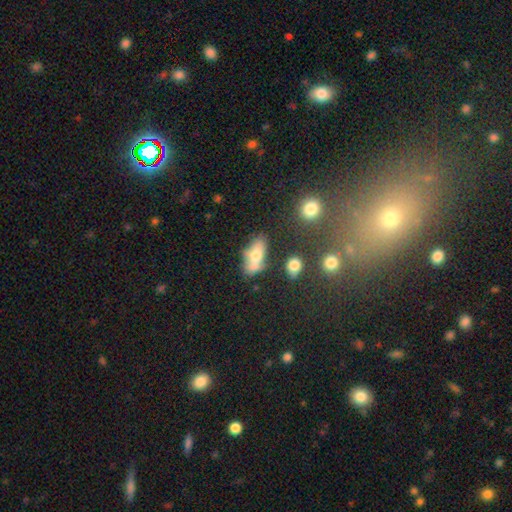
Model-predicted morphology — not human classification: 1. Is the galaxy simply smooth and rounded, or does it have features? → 64% smooth, 25% featured or disk, 11% star or artifact.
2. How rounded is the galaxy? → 79% in between, 15% cigar-shaped, 6% round.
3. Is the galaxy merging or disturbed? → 46% none, 25% merger, 19% minor disturbance, 9% major disturbance.